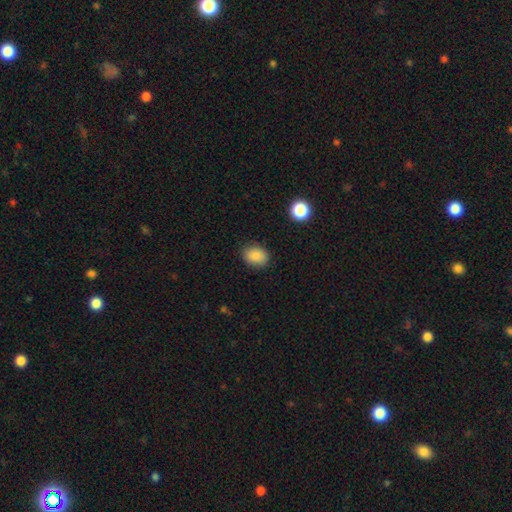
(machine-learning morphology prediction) Smooth or featured? Predicted: smooth (p=0.87). How rounded? Predicted: in between (p=0.59). Merging? Predicted: none (p=0.86).